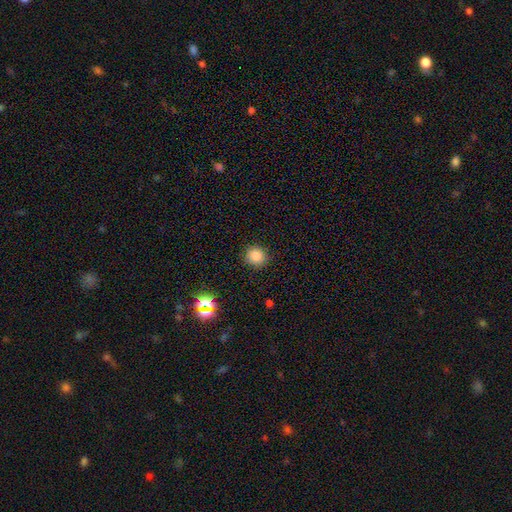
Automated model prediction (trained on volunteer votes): A smooth galaxy with no disk features (83%) that is round (90%).

Vote fractions:
- Smooth or featured? smooth: 83% / star or artifact: 12% / featured or disk: 5%
- How rounded? round: 90% / in between: 9% / cigar-shaped: 1%
- Merging? none: 90% / minor disturbance: 7% / major disturbance: 2% / merger: 1%